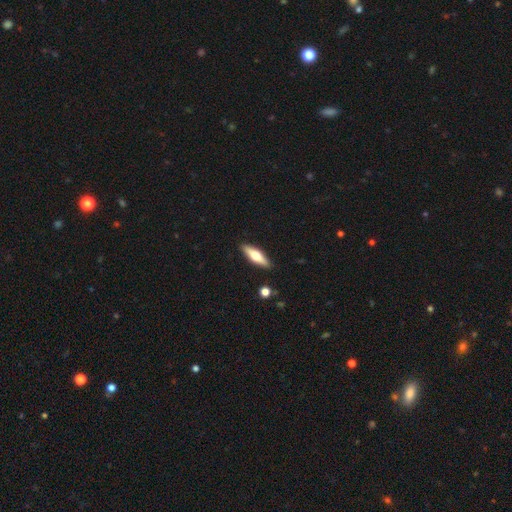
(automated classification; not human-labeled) A smooth galaxy with no disk features (52%) that is cigar-shaped (59%).

Vote fractions:
- Smooth or featured? smooth: 52% / featured or disk: 42% / star or artifact: 6%
- How rounded? cigar-shaped: 59% / in between: 39% / round: 2%
- Merging? none: 89% / minor disturbance: 8% / major disturbance: 2% / merger: 2%